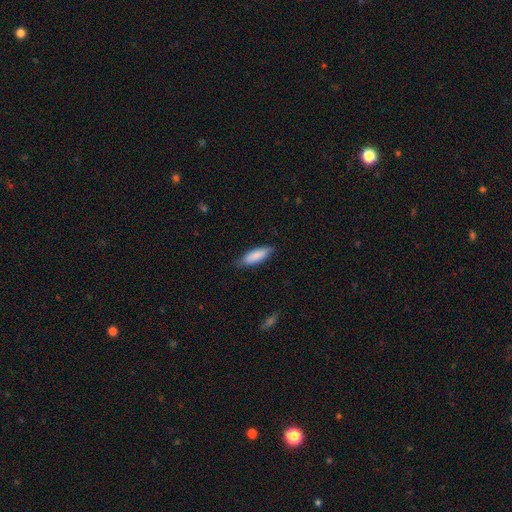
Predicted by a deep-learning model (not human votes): Q: Smooth or featured?
A: smooth (84%); runner-up: featured or disk (10%)
Q: How rounded?
A: in between (58%); runner-up: cigar-shaped (41%)
Q: Merging?
A: none (76%); runner-up: minor disturbance (19%)